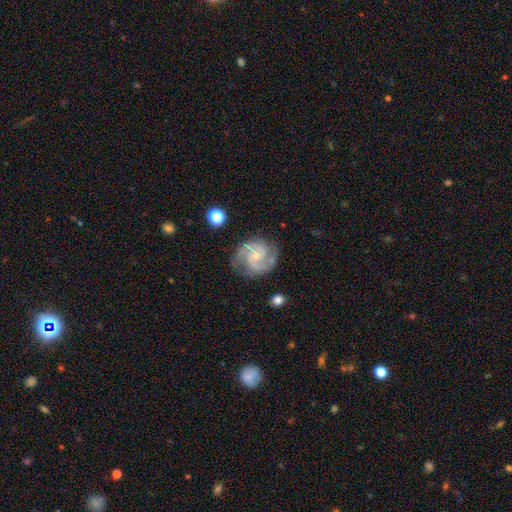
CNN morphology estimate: type=featured or disk (89%); edge-on=no (98%); bar=no (60%); spiral arms=yes (98%); winding=medium (52%); arm count=2 (75%); bulge=small (73%); merging=none (77%).